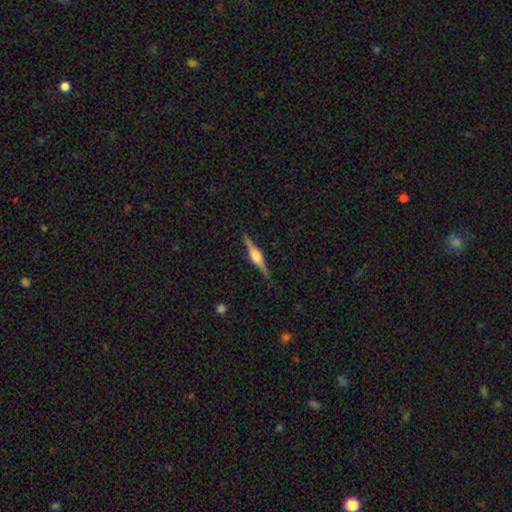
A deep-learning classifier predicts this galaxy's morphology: type=featured or disk (82%); edge-on=yes (98%); edge-on bulge=rounded (83%); merging=none (90%).